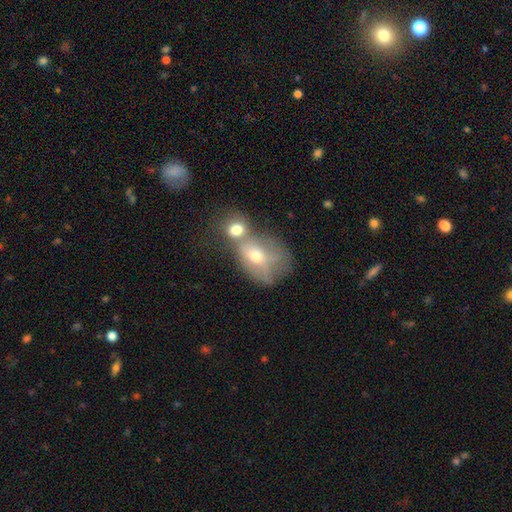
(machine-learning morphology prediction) The model was most divided on "how rounded": in between: 59%, round: 39%, cigar-shaped: 2%. More confident: merging — merger (60%); smooth or featured — smooth (56%).